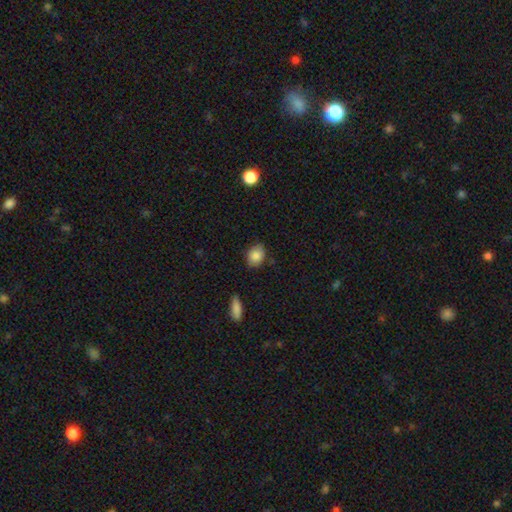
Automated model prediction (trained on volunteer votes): Morphology: type=smooth (84%); roundness=in between (63%); merging=none (77%).